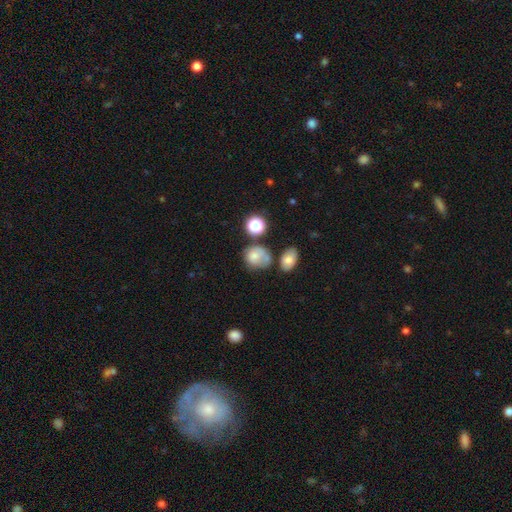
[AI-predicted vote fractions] smooth 72%, featured or disk 15%, star or artifact 12%. Down the decision tree: how rounded — round (69%); merging — none (43%).